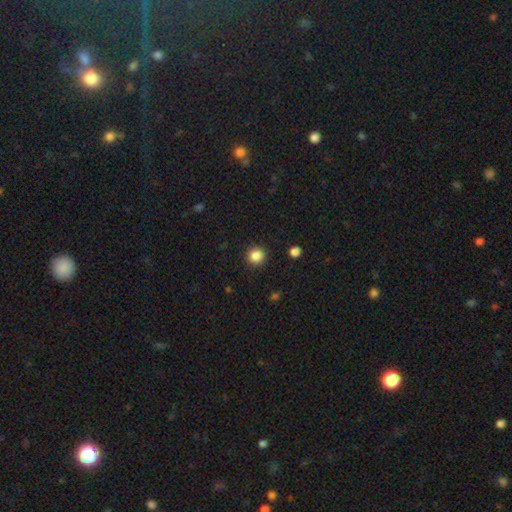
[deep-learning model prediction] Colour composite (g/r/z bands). It shows a smooth galaxy with no disk features (85%) that is round (94%). Merging: none (91%).